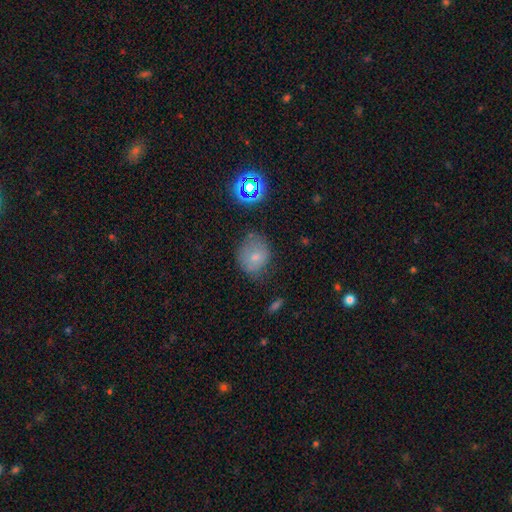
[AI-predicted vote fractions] Overall: smooth (69%). How rounded: round (69%; in between 30%). Merging: none (60%; minor disturbance 26%).